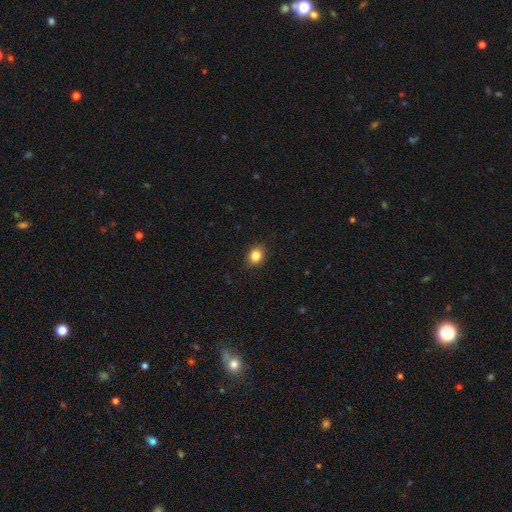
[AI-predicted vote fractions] Morphology: type=smooth (84%); roundness=round (50%); merging=none (88%).